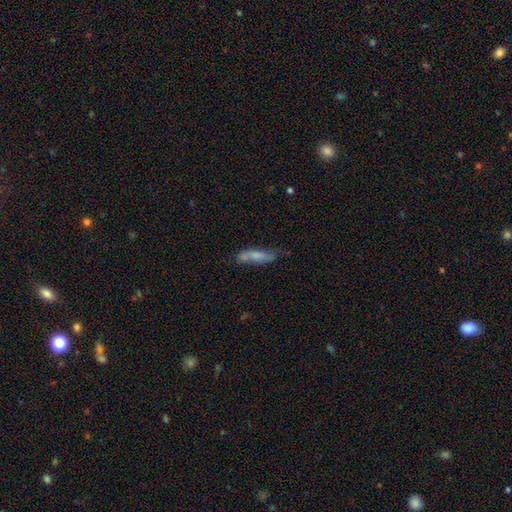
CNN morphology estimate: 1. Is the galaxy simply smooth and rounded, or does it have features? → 66% smooth, 27% featured or disk, 7% star or artifact.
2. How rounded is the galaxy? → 68% cigar-shaped, 30% in between, 2% round.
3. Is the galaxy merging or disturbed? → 56% none, 28% minor disturbance, 8% merger, 8% major disturbance.